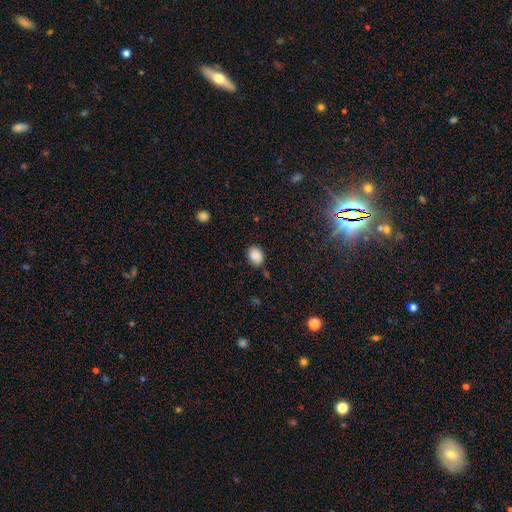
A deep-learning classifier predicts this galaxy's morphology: This is clearly a smooth galaxy (88%). How rounded: likely in between (66%). Merging: likely none (76%).